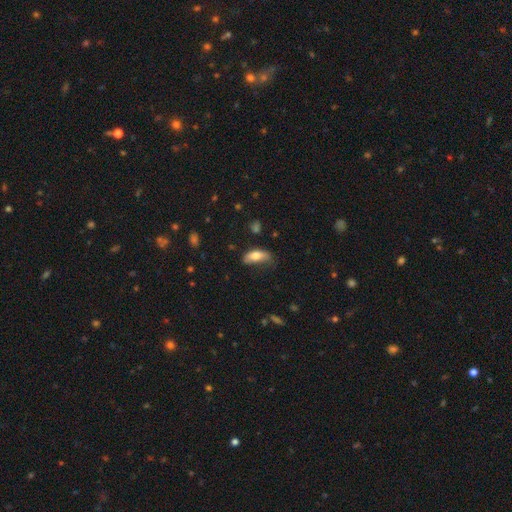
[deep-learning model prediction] Q: Smooth or featured?
A: smooth (75%); runner-up: featured or disk (18%)
Q: How rounded?
A: in between (80%); runner-up: cigar-shaped (17%)
Q: Merging?
A: minor disturbance (39%); tied with: none (39%)